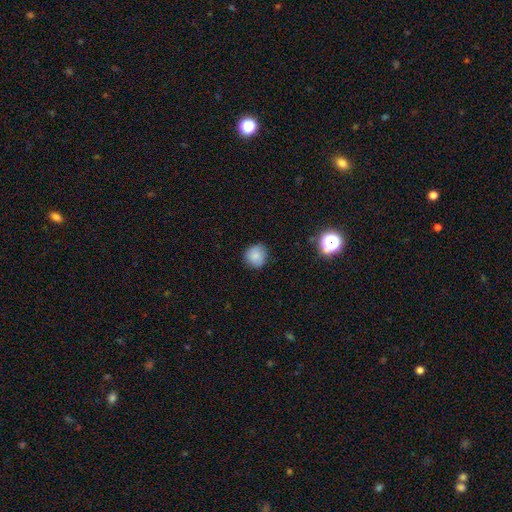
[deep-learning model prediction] Smooth or featured: smooth — 82% (star or artifact — 11%)
How rounded: round — 90% (in between — 9%)
Merging: none — 85% (minor disturbance — 11%)